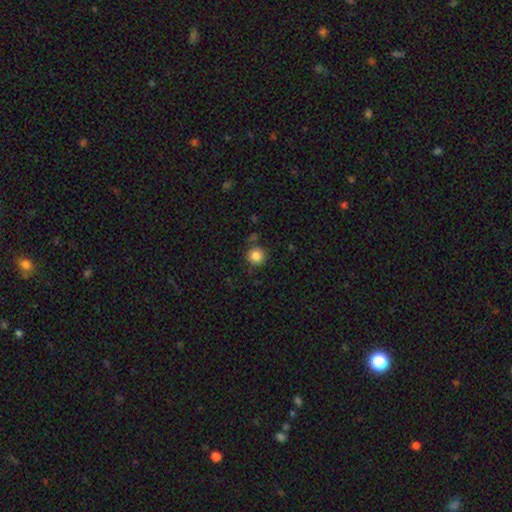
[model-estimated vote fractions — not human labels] A smooth galaxy with no disk features (85%) that is round (94%). Merging: none (85%).